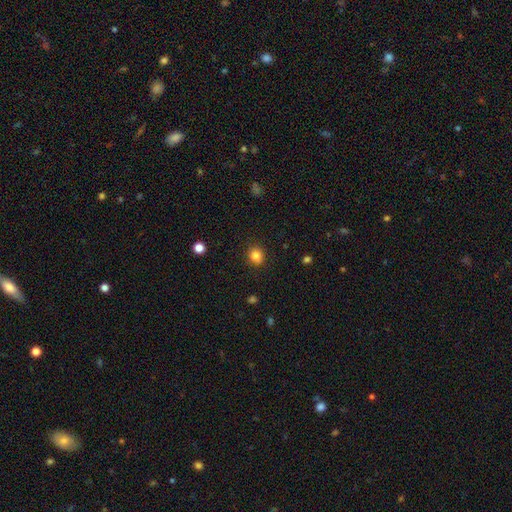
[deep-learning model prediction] A smooth galaxy with no disk features (83%) that is round (80%).

Vote fractions:
- Smooth or featured? smooth: 83% / star or artifact: 11% / featured or disk: 6%
- How rounded? round: 80% / in between: 19% / cigar-shaped: 1%
- Merging? none: 88% / minor disturbance: 8% / major disturbance: 2% / merger: 1%